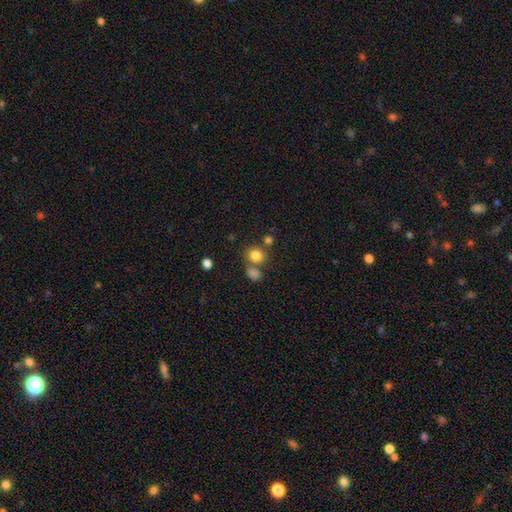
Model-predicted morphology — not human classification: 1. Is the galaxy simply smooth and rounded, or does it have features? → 80% smooth, 13% star or artifact, 7% featured or disk.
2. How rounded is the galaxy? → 78% round, 21% in between, 1% cigar-shaped.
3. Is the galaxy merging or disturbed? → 61% none, 25% merger, 10% minor disturbance, 4% major disturbance.